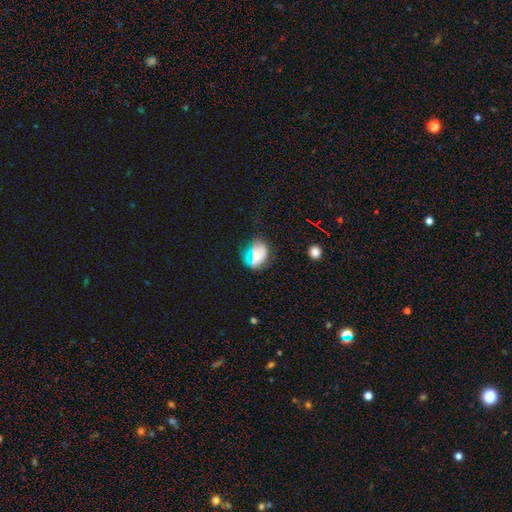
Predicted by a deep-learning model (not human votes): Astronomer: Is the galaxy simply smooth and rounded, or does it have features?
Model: smooth — 59%.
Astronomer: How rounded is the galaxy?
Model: round — 49% (runner-up: in between, 48%).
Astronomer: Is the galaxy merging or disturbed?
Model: none — 68%.